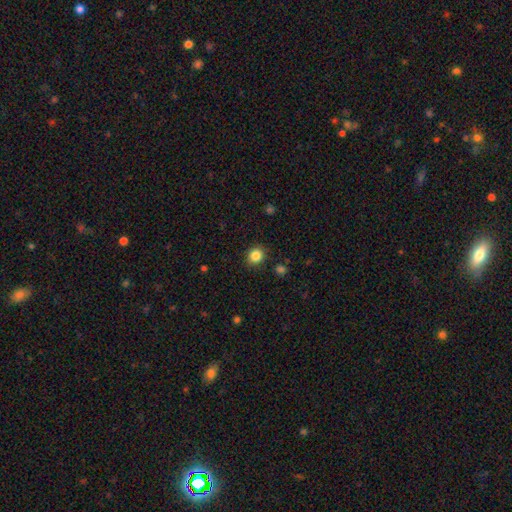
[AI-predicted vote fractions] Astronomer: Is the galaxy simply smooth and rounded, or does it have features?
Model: smooth — 85%.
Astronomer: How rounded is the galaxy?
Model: round — 80%.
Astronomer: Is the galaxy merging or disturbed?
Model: none — 89%.